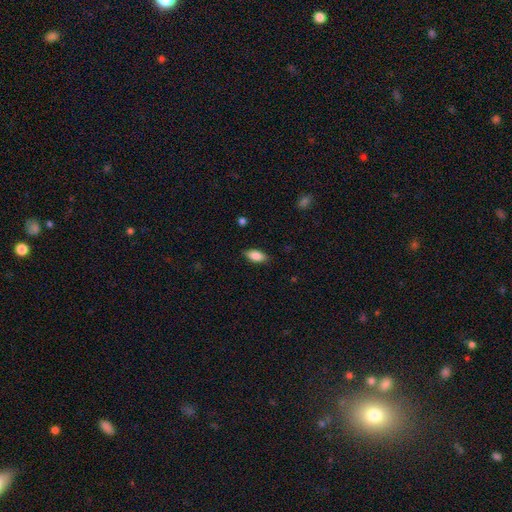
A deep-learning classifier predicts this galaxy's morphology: A smooth galaxy with no disk features (85%) that is in between round and cigar-shaped (87%).

Vote fractions:
- Smooth or featured? smooth: 85% / featured or disk: 8% / star or artifact: 7%
- How rounded? in between: 87% / cigar-shaped: 10% / round: 3%
- Merging? none: 85% / minor disturbance: 12% / major disturbance: 3% / merger: 1%